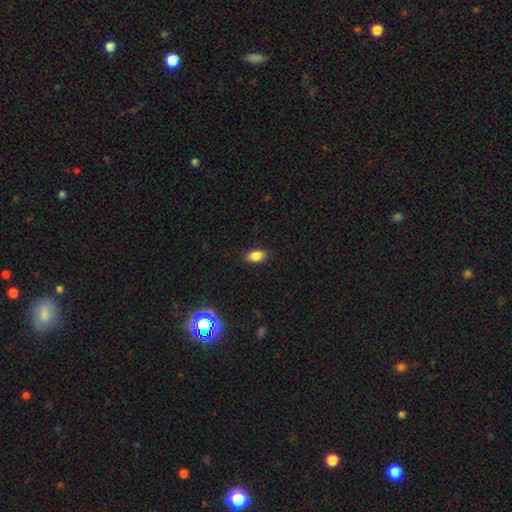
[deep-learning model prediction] This is clearly a smooth galaxy (84%). How rounded: clearly in between (89%). Merging: clearly none (88%).